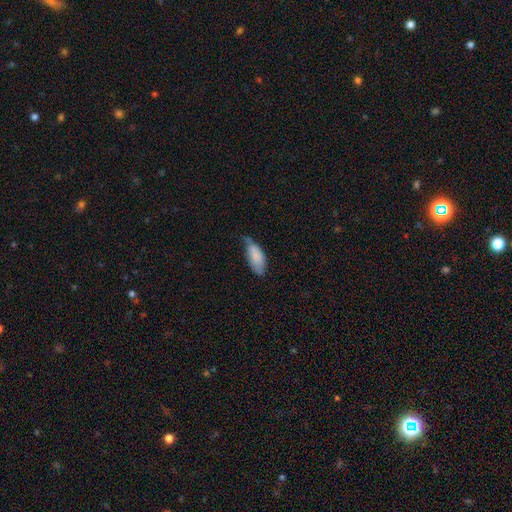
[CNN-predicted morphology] Smooth or featured?
  - smooth: 82% *
  - featured or disk: 12%
  - star or artifact: 6%
How rounded?
  - in between: 84% *
  - cigar-shaped: 14%
  - round: 2%
Merging?
  - minor disturbance: 46% *
  - none: 39%
  - major disturbance: 12%
  - merger: 3%